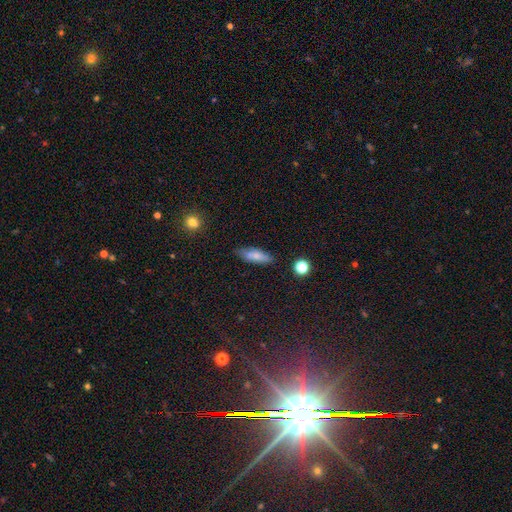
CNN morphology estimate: The model was most divided on "how rounded": in between: 53%, cigar-shaped: 44%, round: 3%. More confident: merging — none (79%); smooth or featured — smooth (77%).